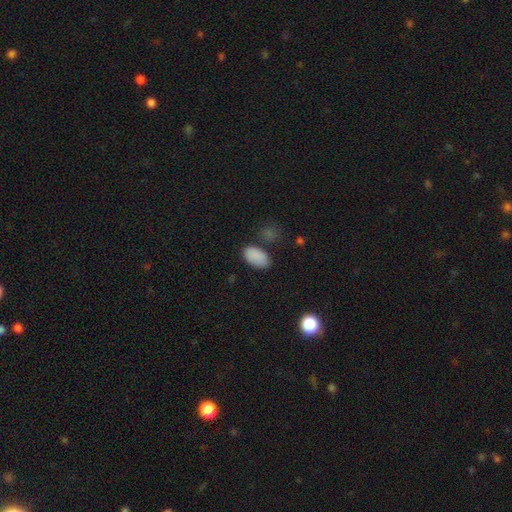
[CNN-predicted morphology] A smooth galaxy with no disk features (88%) that is in between round and cigar-shaped (95%).

Vote fractions:
- Smooth or featured? smooth: 88% / star or artifact: 8% / featured or disk: 4%
- How rounded? in between: 95% / round: 4% / cigar-shaped: 2%
- Merging? none: 74% / minor disturbance: 15% / merger: 6% / major disturbance: 4%